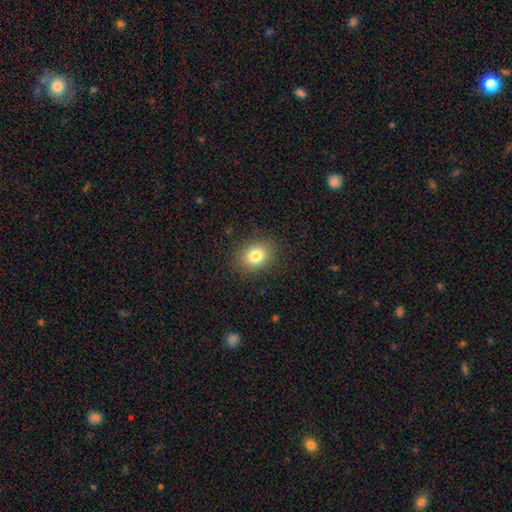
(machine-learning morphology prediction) smooth_or_featured: smooth (p=0.81) [alt: star or artifact p=0.11]
how_rounded: in between (p=0.50) [alt: round p=0.49]
merging: none (p=0.87) [alt: minor disturbance p=0.09]